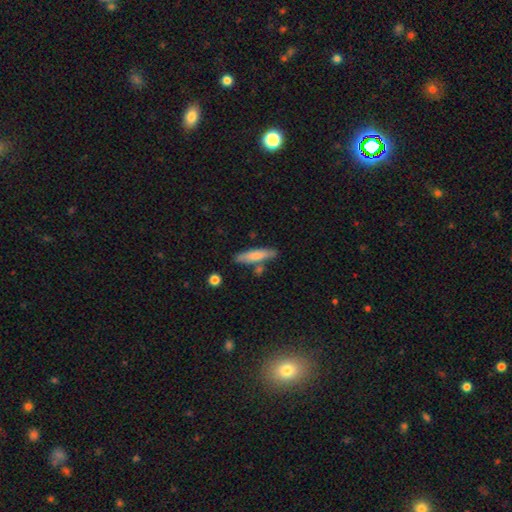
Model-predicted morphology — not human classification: This is likely a smooth galaxy (76%). How rounded: likely cigar-shaped (79%). Merging: likely none (75%).